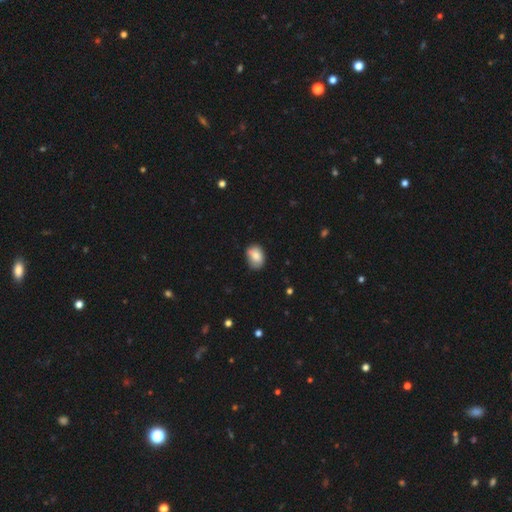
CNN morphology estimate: smooth-or-featured: smooth: 82% | featured or disk: 10% | star or artifact: 8%
  how-rounded: in between: 76% | round: 23% | cigar-shaped: 1%
  merging: none: 68% | minor disturbance: 26% | major disturbance: 4% | merger: 2%